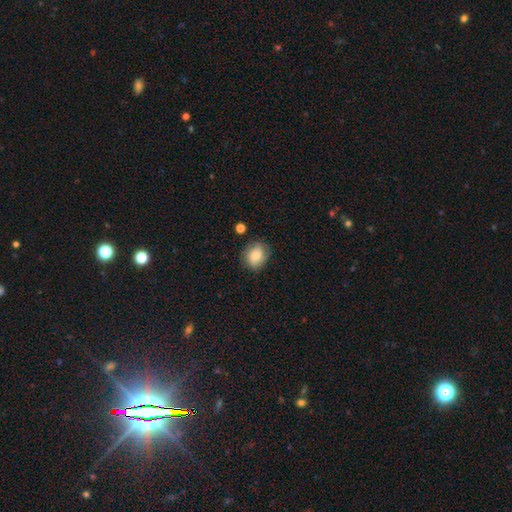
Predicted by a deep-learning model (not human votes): Morphology: type=smooth (70%); roundness=round (58%); merging=none (71%).